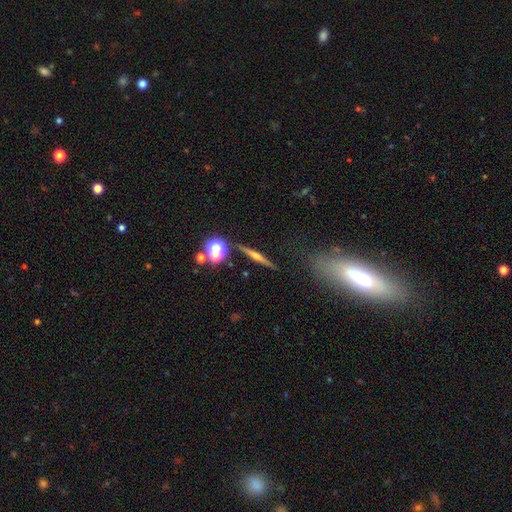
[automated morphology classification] type=featured or disk (64%); edge-on=yes (95%); edge-on bulge=rounded (85%); merging=none (87%).